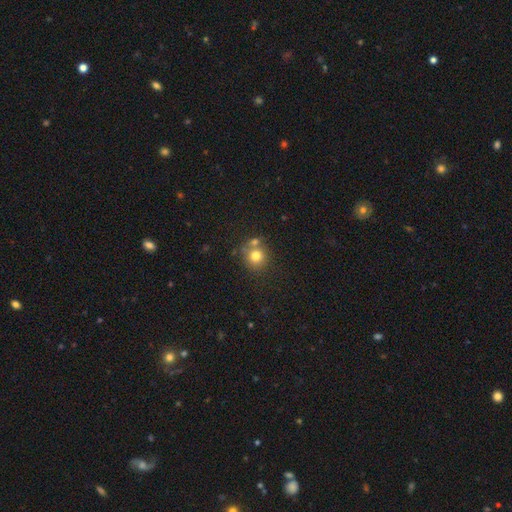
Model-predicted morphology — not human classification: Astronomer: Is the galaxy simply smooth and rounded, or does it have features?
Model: smooth — 77%.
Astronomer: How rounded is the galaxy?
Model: round — 89%.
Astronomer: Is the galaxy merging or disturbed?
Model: none — 61%.